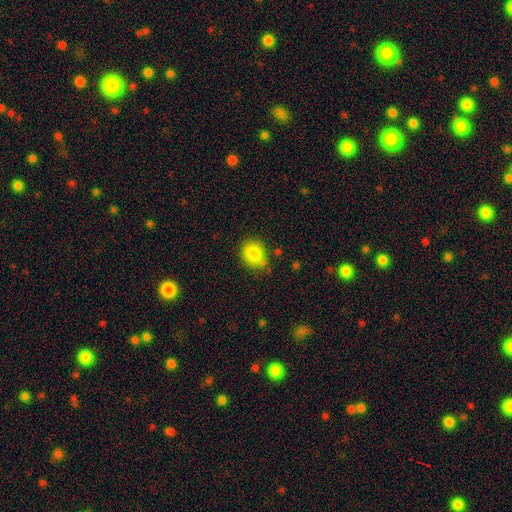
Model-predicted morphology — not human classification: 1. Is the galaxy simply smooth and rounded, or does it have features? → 86% smooth, 8% star or artifact, 6% featured or disk.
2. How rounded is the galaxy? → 56% in between, 42% round, 1% cigar-shaped.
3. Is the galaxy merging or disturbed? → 71% none, 21% minor disturbance, 5% major disturbance, 3% merger.